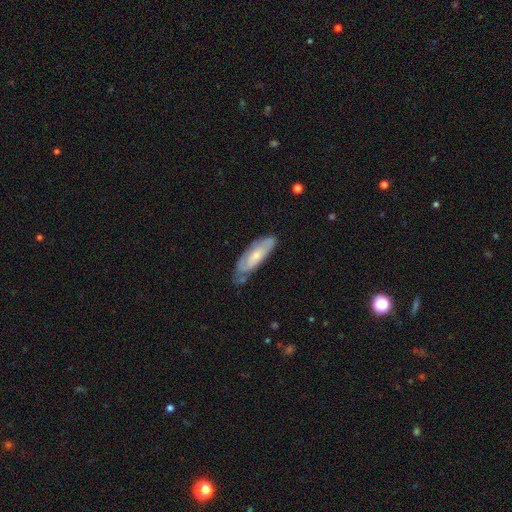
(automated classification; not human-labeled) Smooth or featured? smooth (47%, tied with featured or disk)
Merging? none (61%)